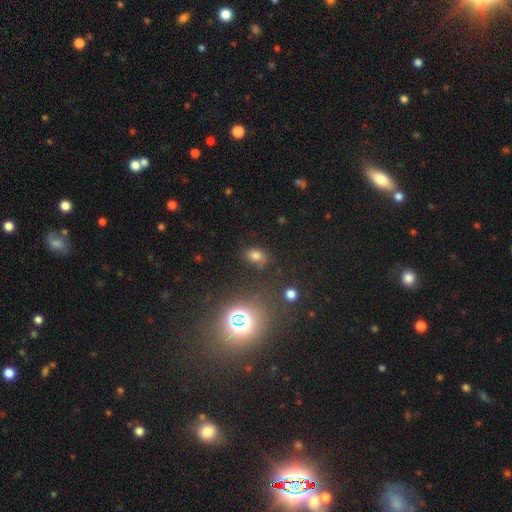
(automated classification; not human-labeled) smooth_or_featured: smooth (p=0.69) [alt: star or artifact p=0.22]
how_rounded: in between (p=0.75) [alt: round p=0.24]
merging: none (p=0.70) [alt: minor disturbance p=0.18]